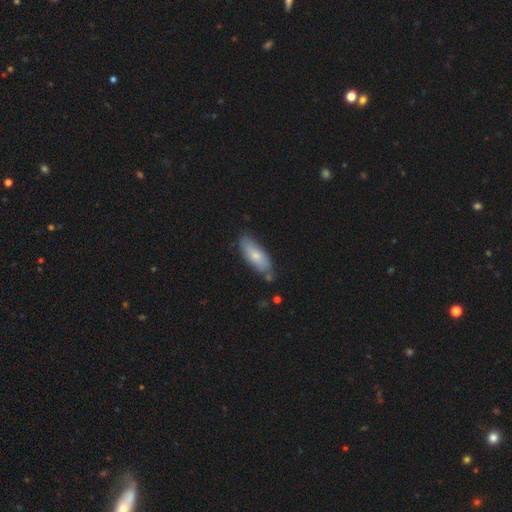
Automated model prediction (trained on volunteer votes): smooth_or_featured: smooth (p=0.67) [alt: featured or disk p=0.27]
how_rounded: in between (p=0.72) [alt: cigar-shaped p=0.26]
merging: none (p=0.72) [alt: minor disturbance p=0.20]